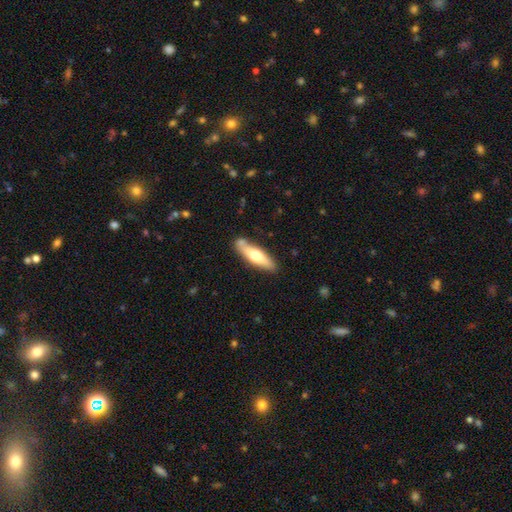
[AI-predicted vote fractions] Smooth or featured? smooth (55%)
How rounded? cigar-shaped (67%)
Merging? none (78%)